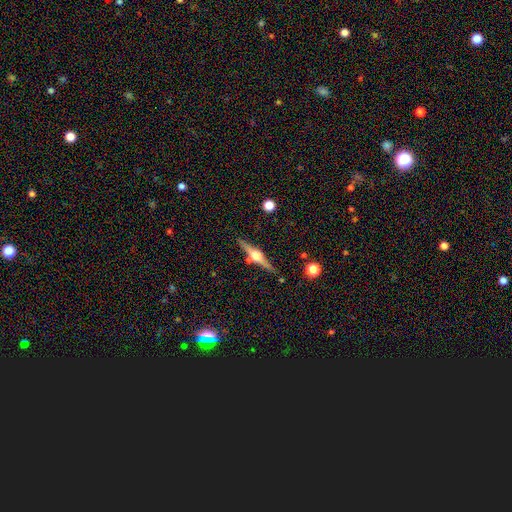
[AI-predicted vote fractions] Smooth or featured?
  - featured or disk: 79% *
  - smooth: 14%
  - star or artifact: 6%
Edge-on disk?
  - yes: 98% *
  - no: 2%
Edge-on bulge?
  - rounded: 94% *
  - boxy: 5%
  - none: 2%
Merging?
  - none: 84% *
  - minor disturbance: 9%
  - merger: 5%
  - major disturbance: 2%